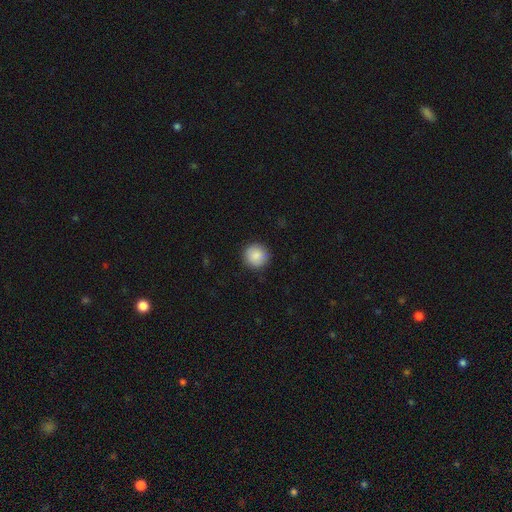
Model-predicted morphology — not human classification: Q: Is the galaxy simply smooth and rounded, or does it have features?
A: smooth — 89%.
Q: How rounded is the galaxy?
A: round — 95%.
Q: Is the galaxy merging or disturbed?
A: none — 91%.